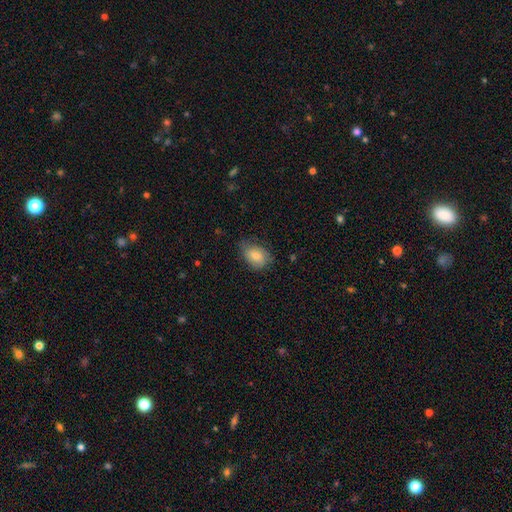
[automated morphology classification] The model was most divided on "merging": none: 62%, minor disturbance: 29%, major disturbance: 7%, merger: 1%. More confident: how rounded — in between (76%); smooth or featured — smooth (75%).